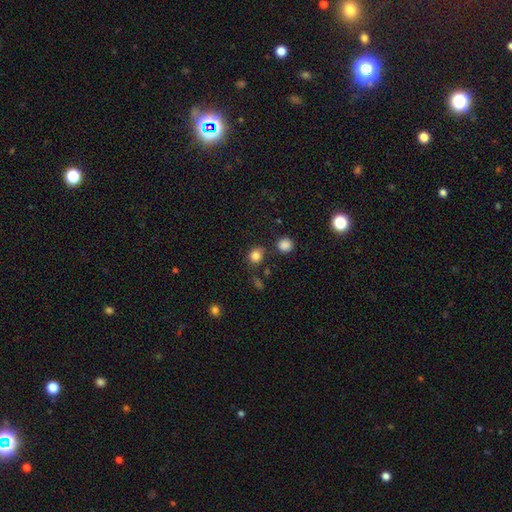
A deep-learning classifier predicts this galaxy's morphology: Overall: smooth (82%). How rounded: round (77%). Merging: none (74%).